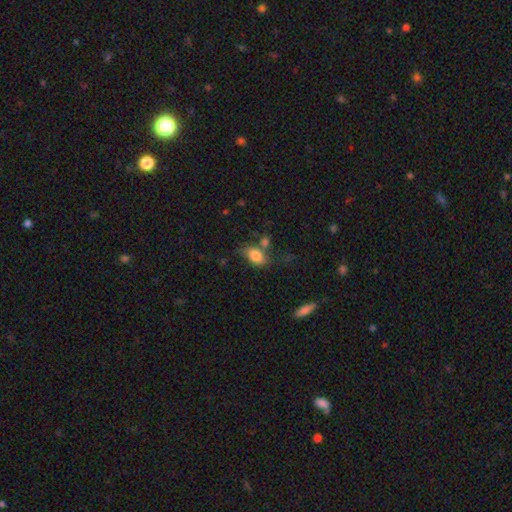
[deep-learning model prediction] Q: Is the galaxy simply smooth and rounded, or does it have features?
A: smooth — 80%.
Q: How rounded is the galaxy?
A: in between — 85%.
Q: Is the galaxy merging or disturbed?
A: none — 48%.